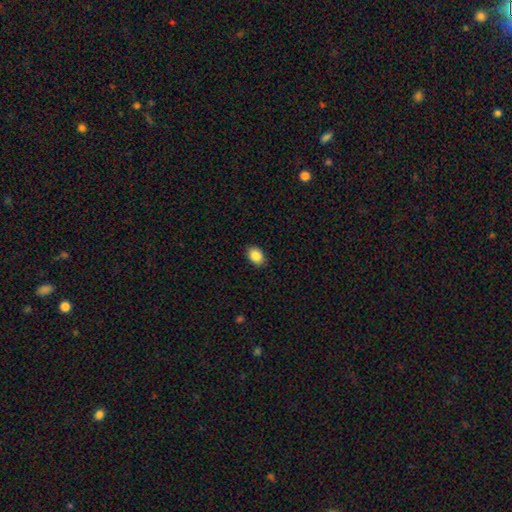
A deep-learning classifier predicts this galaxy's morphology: Smooth or featured: smooth — 88% (star or artifact — 8%)
How rounded: in between — 79% (round — 20%)
Merging: none — 89% (minor disturbance — 8%)